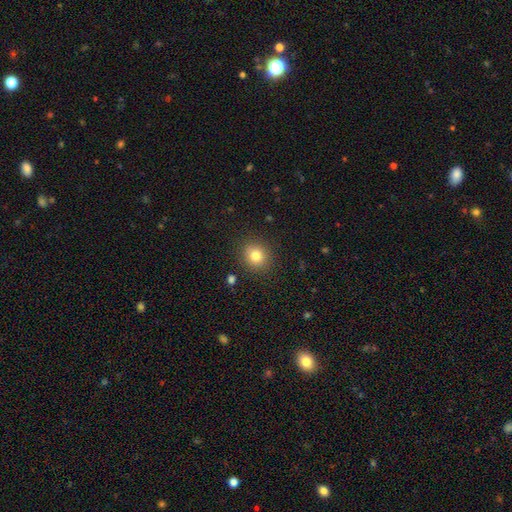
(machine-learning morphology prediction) Q: Smooth or featured?
A: smooth (81%); runner-up: star or artifact (12%)
Q: How rounded?
A: round (84%); runner-up: in between (15%)
Q: Merging?
A: none (89%); runner-up: minor disturbance (7%)